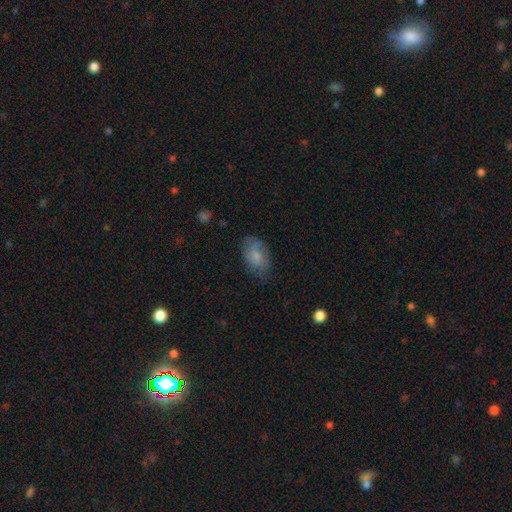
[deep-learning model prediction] Smooth or featured?
  - smooth: 72% *
  - featured or disk: 21%
  - star or artifact: 8%
How rounded?
  - in between: 90% *
  - round: 8%
  - cigar-shaped: 2%
Merging?
  - none: 66% *
  - minor disturbance: 25%
  - major disturbance: 8%
  - merger: 2%